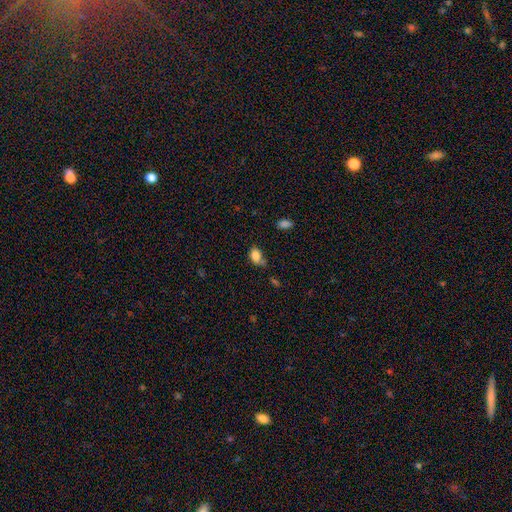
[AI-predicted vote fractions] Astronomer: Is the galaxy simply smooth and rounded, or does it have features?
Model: smooth — 83%.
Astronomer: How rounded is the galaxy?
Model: in between — 83%.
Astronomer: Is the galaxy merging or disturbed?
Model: none — 49% (runner-up: minor disturbance, 29%).